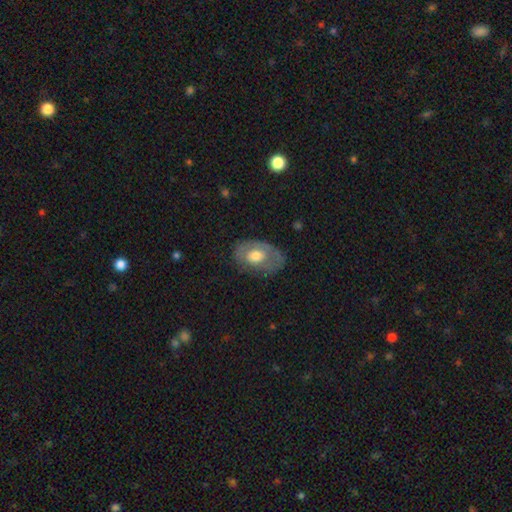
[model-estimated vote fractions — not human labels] smooth 50%, featured or disk 44%, star or artifact 6%. Down the decision tree: how rounded — in between (84%); merging — none (62%).